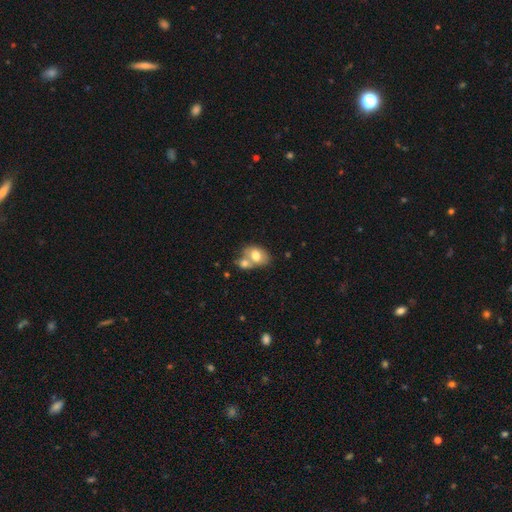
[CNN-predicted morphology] Smooth or featured? smooth (74%)
How rounded? in between (77%)
Merging? merger (56%)